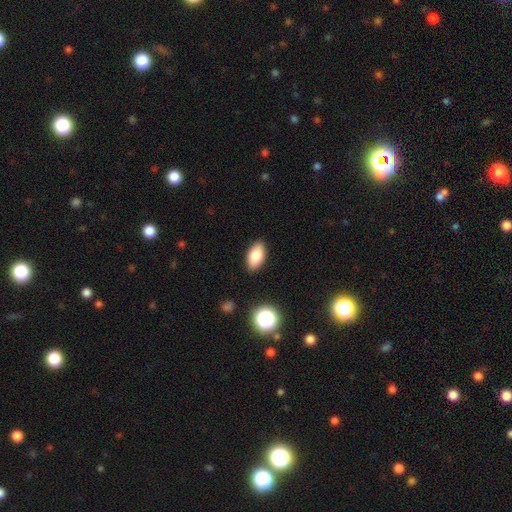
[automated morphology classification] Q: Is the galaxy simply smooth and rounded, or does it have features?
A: smooth — 82%.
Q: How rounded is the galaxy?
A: in between — 92%.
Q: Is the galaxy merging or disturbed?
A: none — 88%.